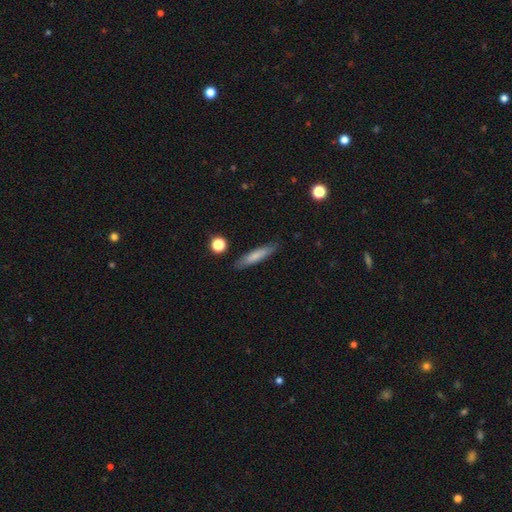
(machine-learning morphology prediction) smooth_or_featured: smooth (p=0.74) [alt: featured or disk p=0.19]
how_rounded: cigar-shaped (p=0.86) [alt: in between p=0.12]
merging: none (p=0.86) [alt: minor disturbance p=0.10]